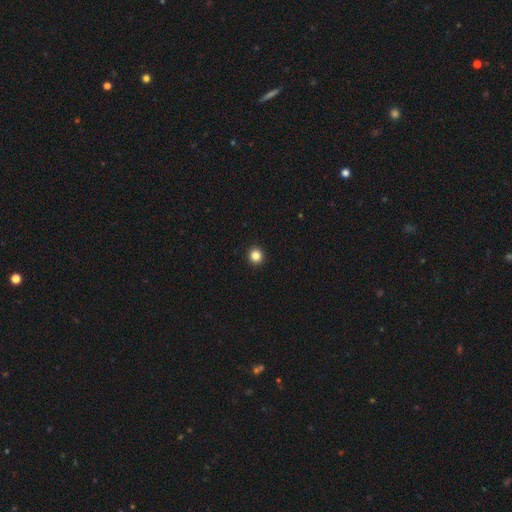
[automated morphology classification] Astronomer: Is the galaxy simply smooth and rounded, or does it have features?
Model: smooth — 85%.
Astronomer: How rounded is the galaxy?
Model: round — 91%.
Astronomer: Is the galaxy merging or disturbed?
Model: none — 93%.